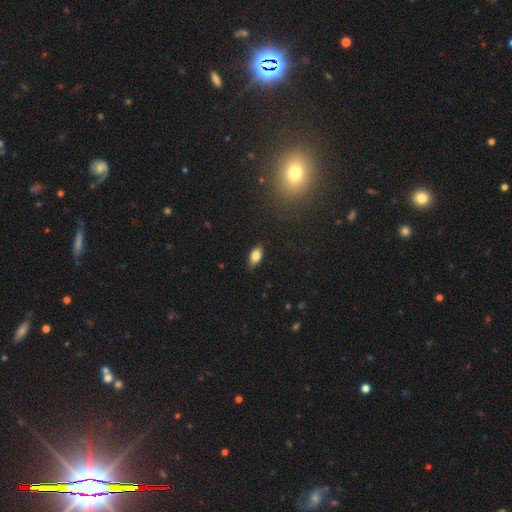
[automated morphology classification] Overall: smooth (82%). How rounded: in between (89%). Merging: none (84%).